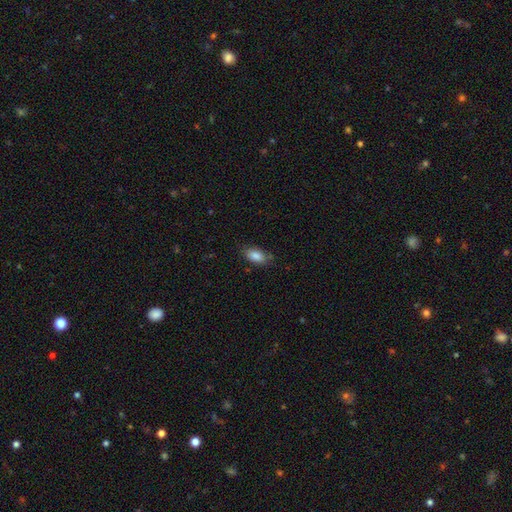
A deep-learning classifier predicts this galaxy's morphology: The model was most divided on "merging": none: 77%, minor disturbance: 17%, major disturbance: 4%, merger: 2%. More confident: how rounded — in between (91%); smooth or featured — smooth (86%).